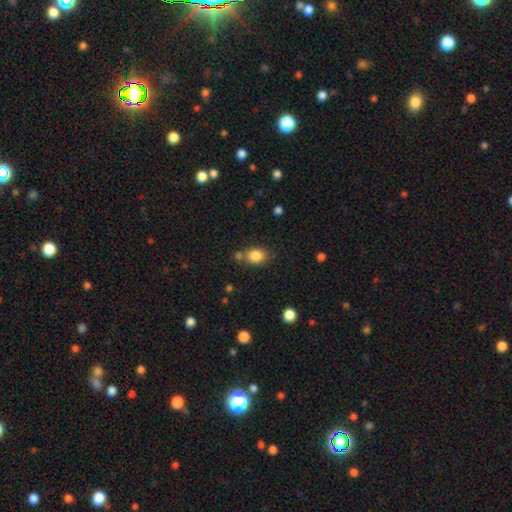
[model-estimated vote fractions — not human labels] Smooth or featured?
  - smooth: 84% *
  - star or artifact: 10%
  - featured or disk: 7%
How rounded?
  - in between: 58% *
  - round: 41%
  - cigar-shaped: 1%
Merging?
  - none: 64% *
  - merger: 17%
  - minor disturbance: 15%
  - major disturbance: 4%